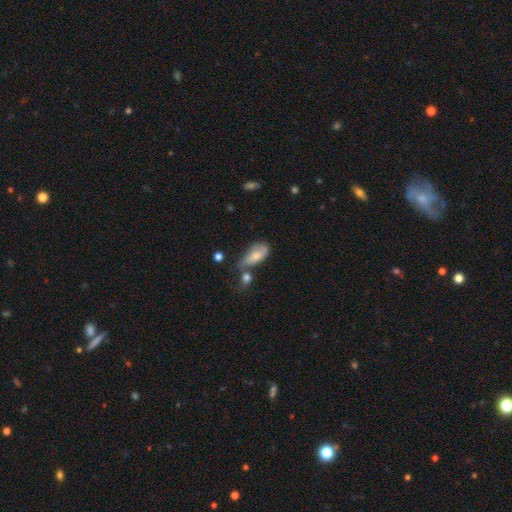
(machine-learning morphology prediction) A smooth galaxy with no disk features (57%) that is in between round and cigar-shaped (86%). Merging: none (30%).